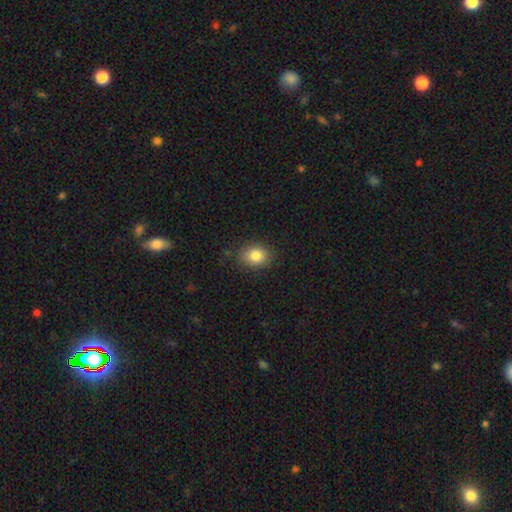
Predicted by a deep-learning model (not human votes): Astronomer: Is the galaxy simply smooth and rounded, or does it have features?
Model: smooth — 83%.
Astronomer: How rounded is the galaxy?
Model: in between — 54% (runner-up: round, 45%).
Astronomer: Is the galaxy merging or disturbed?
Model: none — 84%.